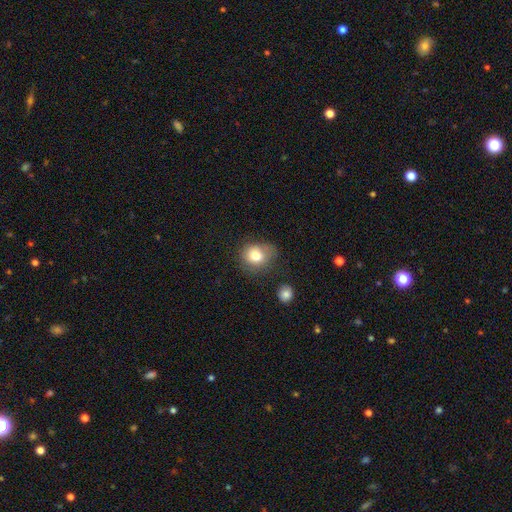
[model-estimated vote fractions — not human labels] Smooth or featured? Predicted: smooth (p=0.79). How rounded? Predicted: round (p=0.64). Merging? Predicted: none (p=0.56).